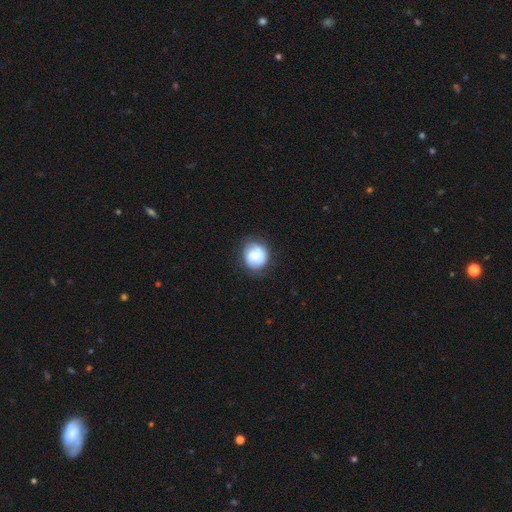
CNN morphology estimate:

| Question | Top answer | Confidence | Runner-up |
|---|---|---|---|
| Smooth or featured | smooth | 69% | featured or disk (23%) |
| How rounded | round | 83% | in between (16%) |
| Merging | none | 76% | minor disturbance (17%) |